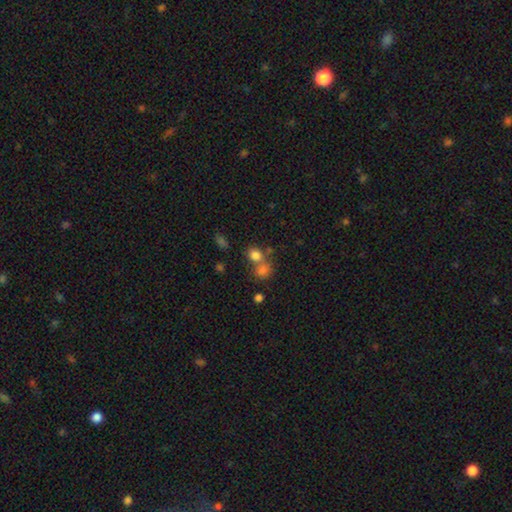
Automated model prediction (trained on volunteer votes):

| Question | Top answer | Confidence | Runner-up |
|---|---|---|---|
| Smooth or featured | smooth | 79% | star or artifact (13%) |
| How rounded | round | 59% | in between (40%) |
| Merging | none | 47% | merger (40%) |